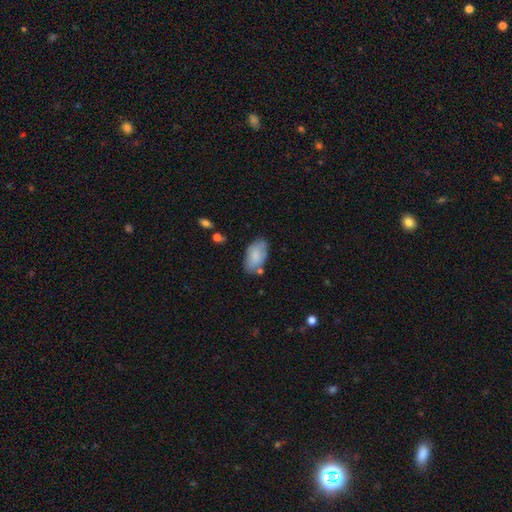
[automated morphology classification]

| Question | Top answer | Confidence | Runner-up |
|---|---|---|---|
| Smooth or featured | smooth | 81% | featured or disk (13%) |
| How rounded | in between | 94% | round (4%) |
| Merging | none | 67% | minor disturbance (21%) |